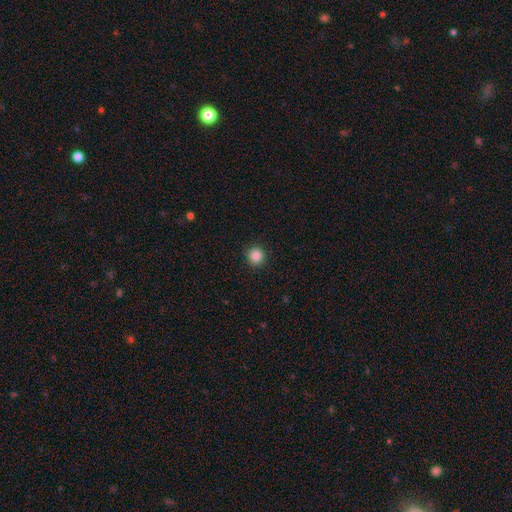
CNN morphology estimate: Smooth or featured? smooth (86%)
How rounded? round (94%)
Merging? none (92%)